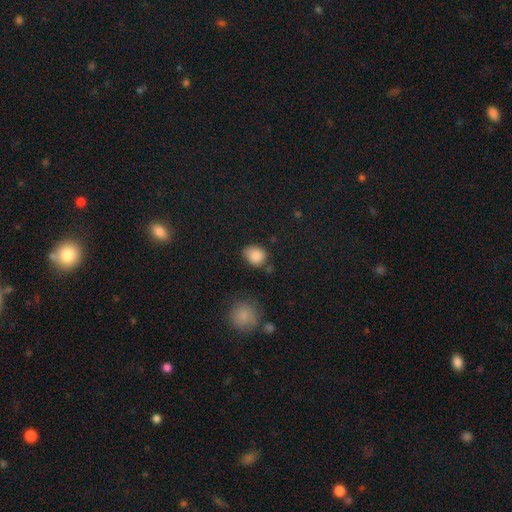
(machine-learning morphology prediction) Smooth or featured? smooth (86%)
How rounded? round (50%)
Merging? none (66%)